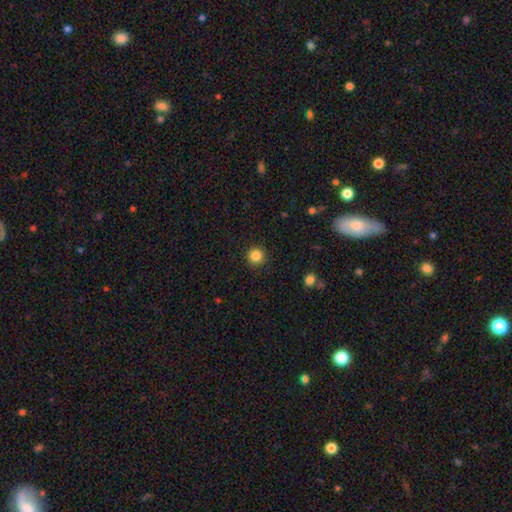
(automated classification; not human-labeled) Overall: smooth (85%). How rounded: round (94%). Merging: none (92%).